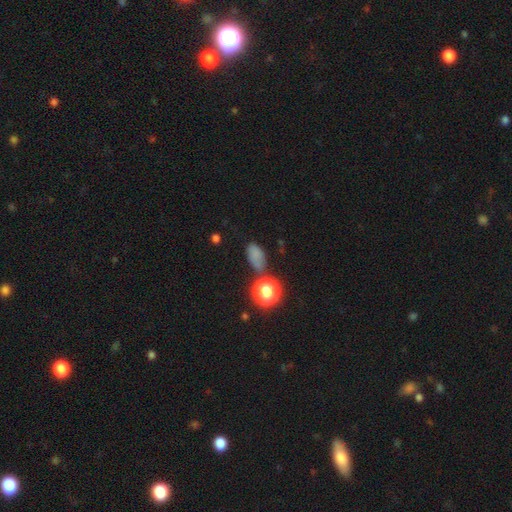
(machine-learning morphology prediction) smooth-or-featured: smooth: 69% | star or artifact: 22% | featured or disk: 9%
  how-rounded: in between: 81% | round: 16% | cigar-shaped: 3%
  merging: none: 59% | minor disturbance: 22% | merger: 10% | major disturbance: 9%